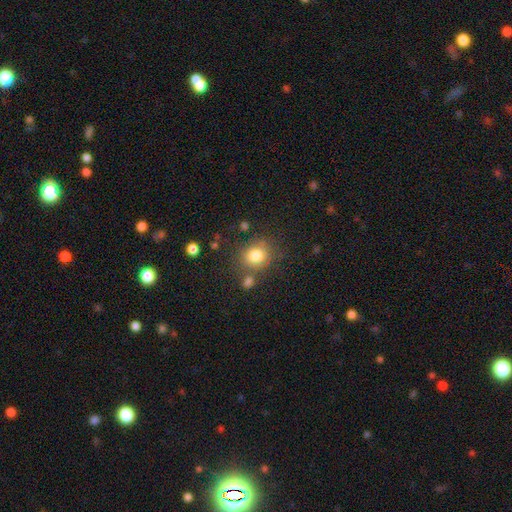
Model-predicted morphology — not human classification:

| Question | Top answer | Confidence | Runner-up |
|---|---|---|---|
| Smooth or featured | smooth | 80% | star or artifact (12%) |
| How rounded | round | 74% | in between (25%) |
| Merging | none | 71% | minor disturbance (13%) |